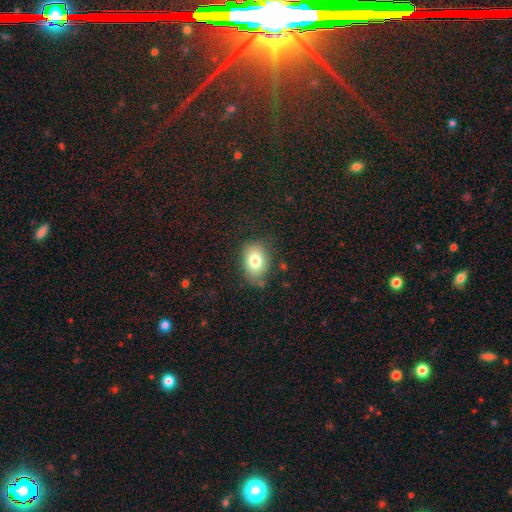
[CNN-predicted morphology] A smooth galaxy with no disk features (76%) that is in between round and cigar-shaped (77%).

Vote fractions:
- Smooth or featured? smooth: 76% / star or artifact: 14% / featured or disk: 10%
- How rounded? in between: 77% / round: 22% / cigar-shaped: 2%
- Merging? none: 78% / minor disturbance: 17% / major disturbance: 4% / merger: 2%